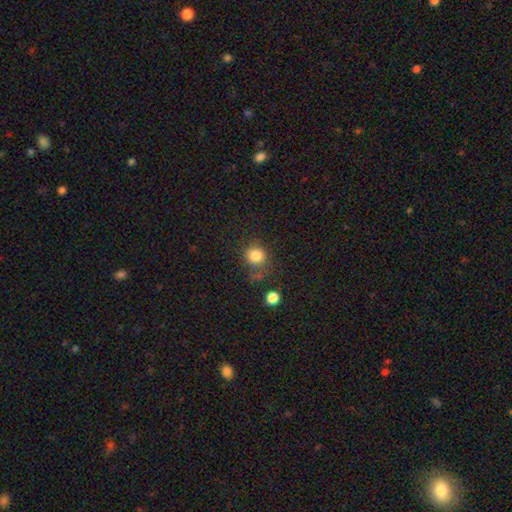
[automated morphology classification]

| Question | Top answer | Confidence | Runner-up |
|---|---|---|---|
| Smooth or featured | smooth | 83% | star or artifact (11%) |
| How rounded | round | 85% | in between (14%) |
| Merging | none | 65% | minor disturbance (18%) |